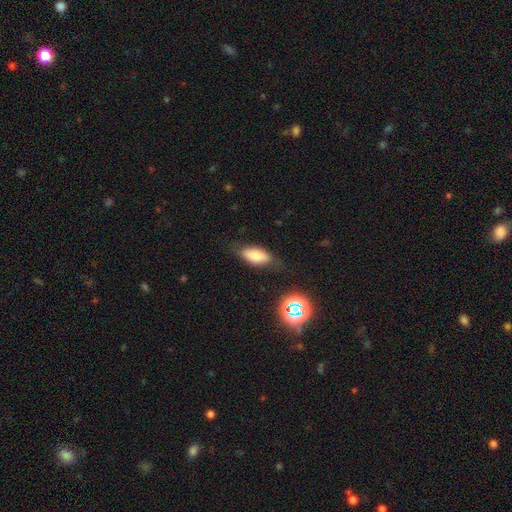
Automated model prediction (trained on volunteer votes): A smooth galaxy with no disk features (74%) that is in between round and cigar-shaped (84%).

Vote fractions:
- Smooth or featured? smooth: 74% / featured or disk: 16% / star or artifact: 10%
- How rounded? in between: 84% / cigar-shaped: 12% / round: 4%
- Merging? none: 71% / minor disturbance: 21% / major disturbance: 6% / merger: 2%